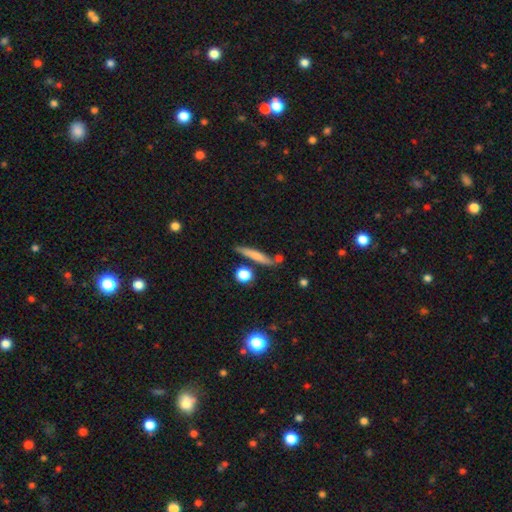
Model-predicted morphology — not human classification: This appears to be a smooth galaxy with no disk features (67%) that is cigar-shaped (89%). Merging: none (76%).